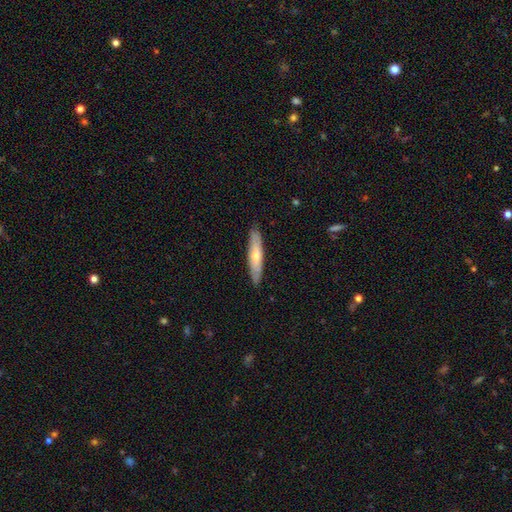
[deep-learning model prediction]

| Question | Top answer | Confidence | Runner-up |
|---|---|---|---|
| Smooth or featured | smooth | 51% | featured or disk (43%) |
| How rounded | cigar-shaped | 84% | in between (15%) |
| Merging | none | 88% | minor disturbance (9%) |